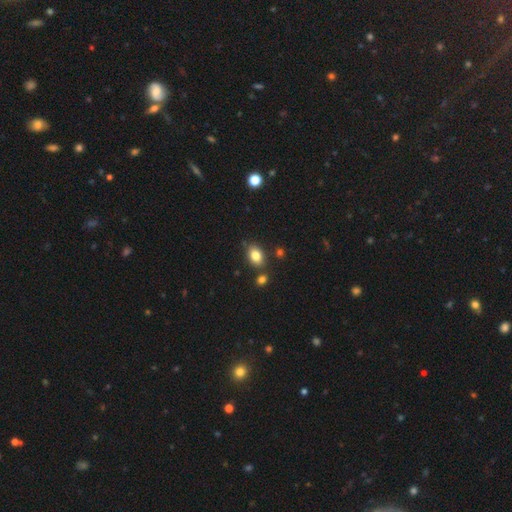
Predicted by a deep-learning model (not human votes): A smooth galaxy with no disk features (82%) that is in between round and cigar-shaped (79%).

Vote fractions:
- Smooth or featured? smooth: 82% / star or artifact: 10% / featured or disk: 8%
- How rounded? in between: 79% / round: 20% / cigar-shaped: 1%
- Merging? none: 77% / minor disturbance: 12% / merger: 8% / major disturbance: 3%